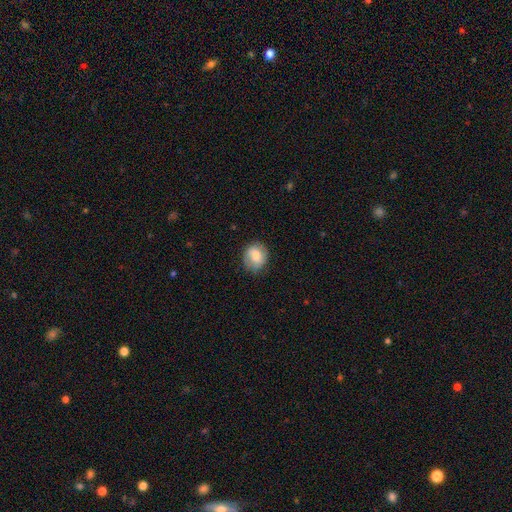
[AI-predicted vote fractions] Q: Smooth or featured?
A: smooth (74%); runner-up: featured or disk (19%)
Q: How rounded?
A: round (65%); runner-up: in between (34%)
Q: Merging?
A: none (76%); runner-up: minor disturbance (18%)